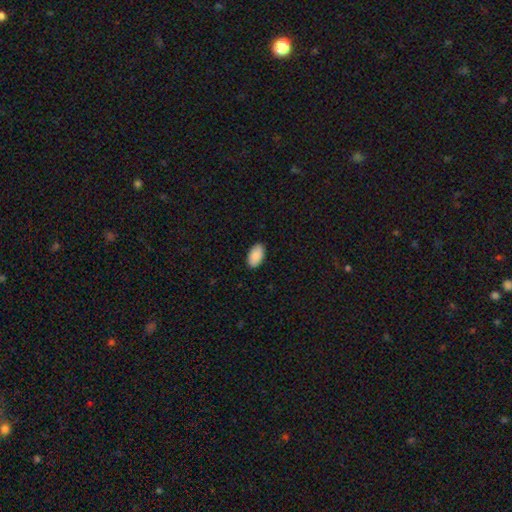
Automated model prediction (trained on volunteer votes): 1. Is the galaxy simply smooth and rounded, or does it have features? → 90% smooth, 6% star or artifact, 4% featured or disk.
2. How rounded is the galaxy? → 96% in between, 3% round, 1% cigar-shaped.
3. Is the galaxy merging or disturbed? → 90% none, 8% minor disturbance, 2% major disturbance, 1% merger.